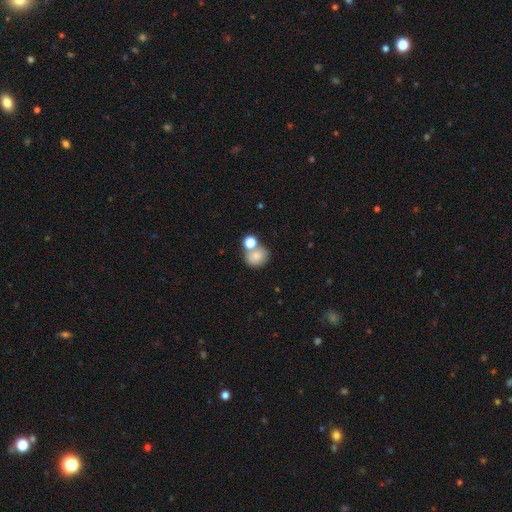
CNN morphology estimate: smooth_or_featured: smooth (p=0.80) [alt: star or artifact p=0.10]
how_rounded: round (p=0.68) [alt: in between p=0.31]
merging: none (p=0.50) [alt: merger p=0.35]